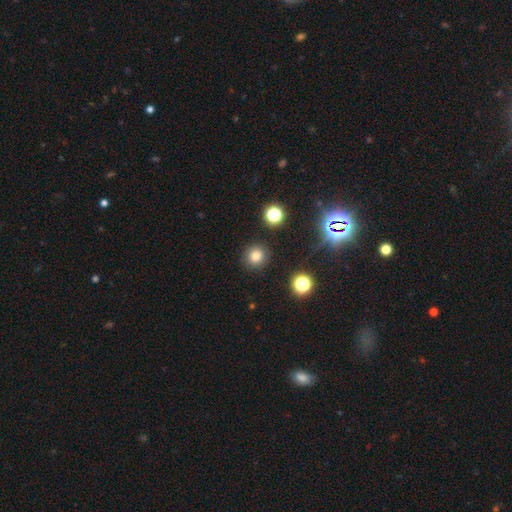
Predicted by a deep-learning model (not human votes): The model was most divided on "smooth or featured": smooth: 77%, star or artifact: 16%, featured or disk: 7%. More confident: how rounded — round (91%); merging — none (89%).